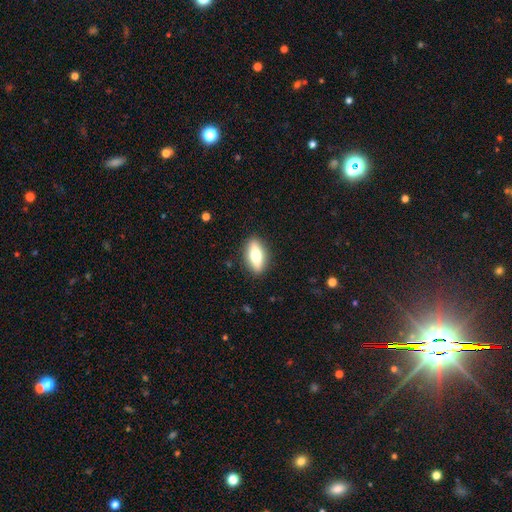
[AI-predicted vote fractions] A smooth galaxy with no disk features (55%) that is in between round and cigar-shaped (71%). Merging: none (88%).